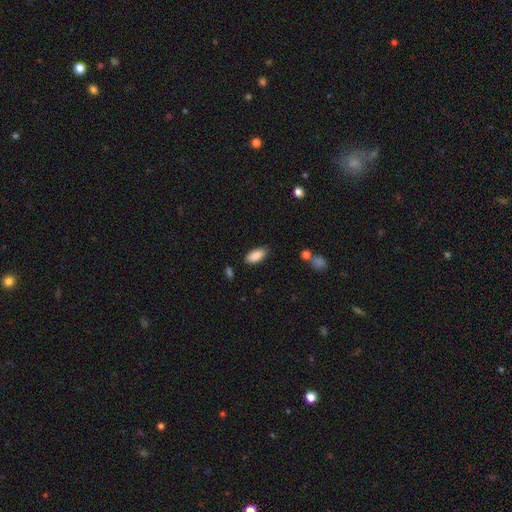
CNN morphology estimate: This appears to be a smooth galaxy with no disk features (88%) that is in between round and cigar-shaped (89%). Merging: none (83%).